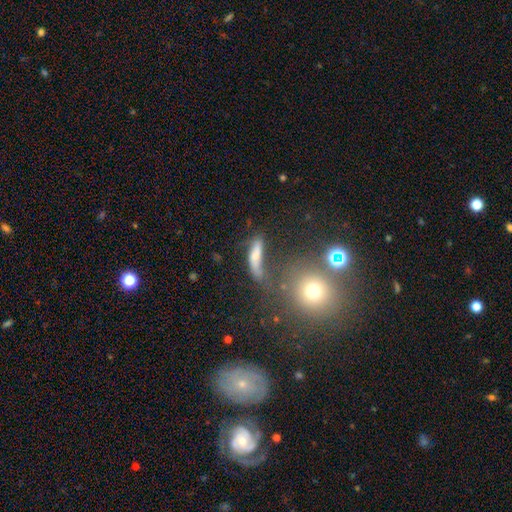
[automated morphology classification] A smooth galaxy with no disk features (55%) that is cigar-shaped (63%).

Vote fractions:
- Smooth or featured? smooth: 55% / featured or disk: 32% / star or artifact: 13%
- How rounded? cigar-shaped: 63% / in between: 30% / round: 7%
- Merging? none: 35% / major disturbance: 24% / merger: 21% / minor disturbance: 20%